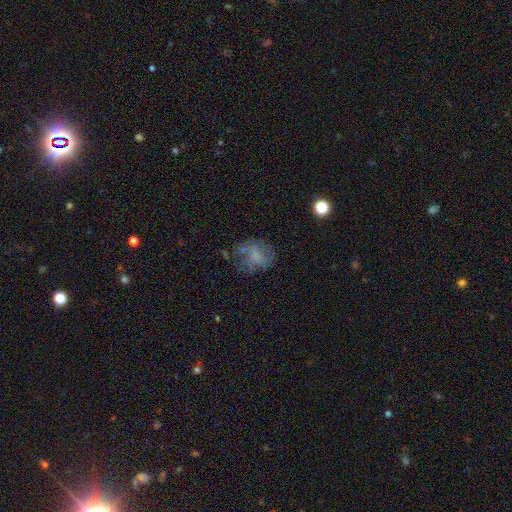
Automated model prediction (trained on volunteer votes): smooth 46%, featured or disk 40%, star or artifact 14%. Down the decision tree: merging — none (49%).